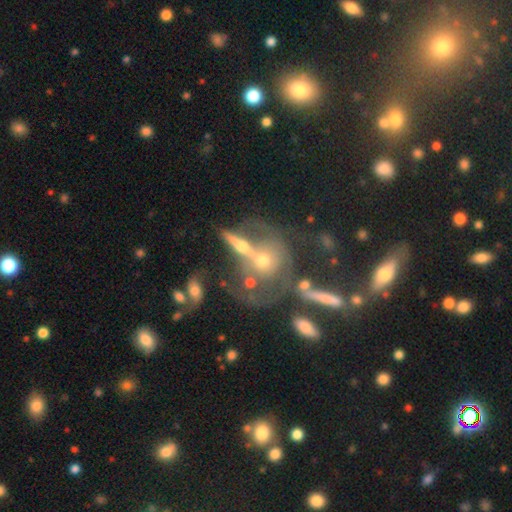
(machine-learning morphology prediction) Q: Smooth or featured?
A: featured or disk (41%); runner-up: smooth (36%)
Q: Merging?
A: merger (39%); runner-up: none (37%)